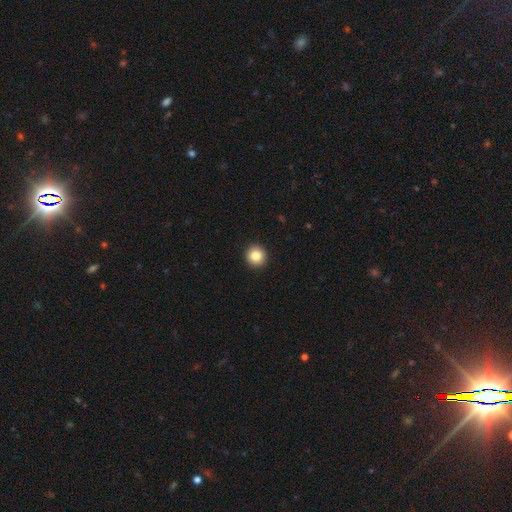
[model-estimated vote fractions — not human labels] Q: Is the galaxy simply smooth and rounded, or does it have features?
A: smooth — 85%.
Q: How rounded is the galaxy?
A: round — 93%.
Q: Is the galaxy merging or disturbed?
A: none — 93%.